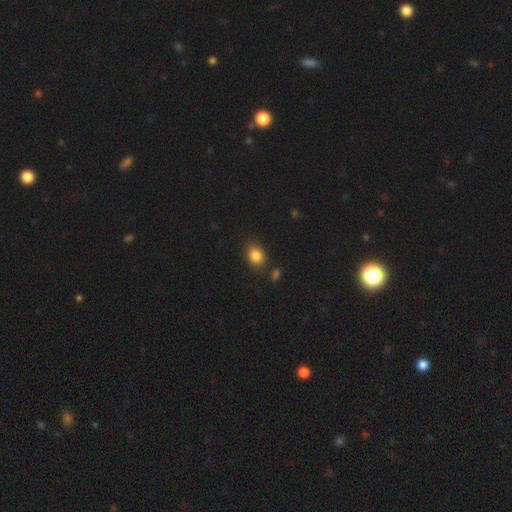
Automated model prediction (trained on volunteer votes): Overall: smooth (85%). How rounded: round (52%; in between 47%). Merging: none (81%).